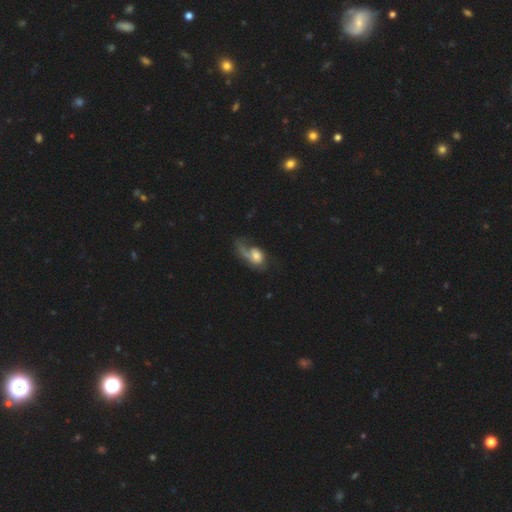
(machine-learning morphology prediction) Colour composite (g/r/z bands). It shows a featured or disk galaxy (58%) with no bar (75%), spiral arms (79%) and a moderate central bulge (44%). Merging: major disturbance (48%).